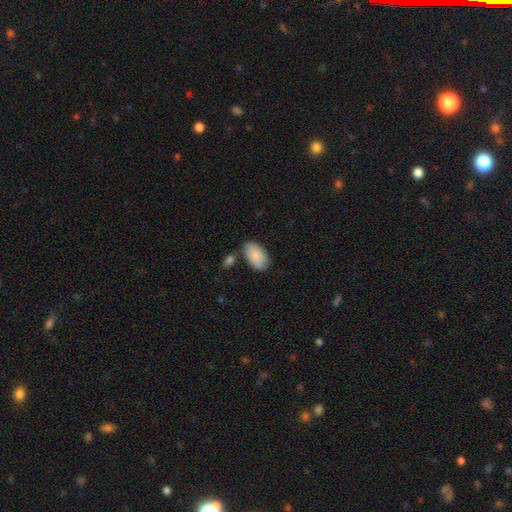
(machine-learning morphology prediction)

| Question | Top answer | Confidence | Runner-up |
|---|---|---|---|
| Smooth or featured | smooth | 86% | featured or disk (8%) |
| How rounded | in between | 95% | round (4%) |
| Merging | none | 72% | minor disturbance (16%) |